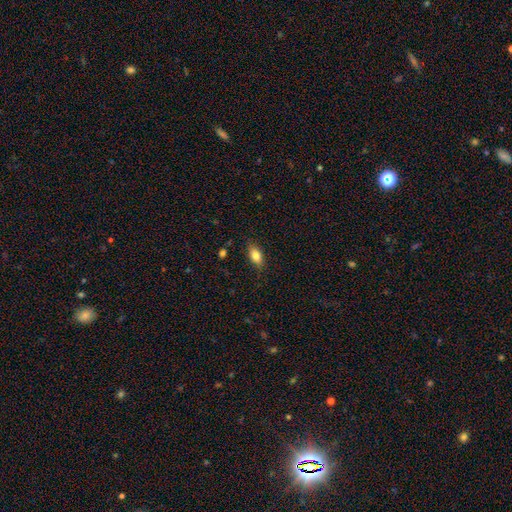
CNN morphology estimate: Smooth or featured: smooth — 82% (featured or disk — 10%)
How rounded: in between — 86% (cigar-shaped — 7%)
Merging: none — 84% (minor disturbance — 12%)